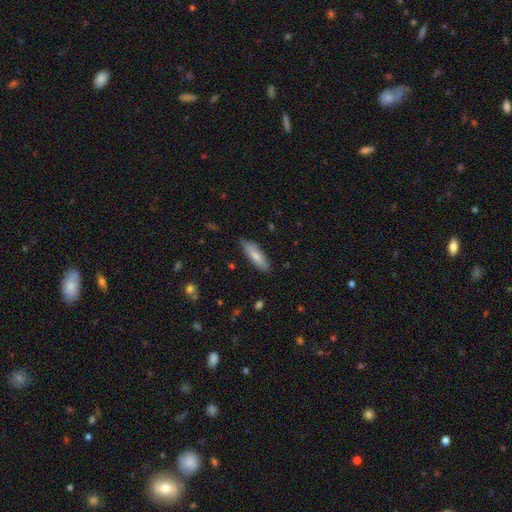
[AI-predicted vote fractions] This is likely a smooth galaxy (72%). How rounded: possibly cigar-shaped (52%). Merging: clearly none (81%).